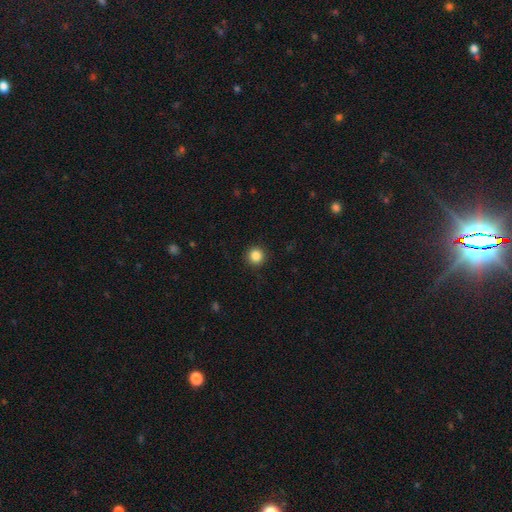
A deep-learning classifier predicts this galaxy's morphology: Smooth or featured?
  - smooth: 86% *
  - star or artifact: 11%
  - featured or disk: 4%
How rounded?
  - round: 95% *
  - in between: 4%
  - cigar-shaped: 1%
Merging?
  - none: 92% *
  - minor disturbance: 5%
  - major disturbance: 2%
  - merger: 1%